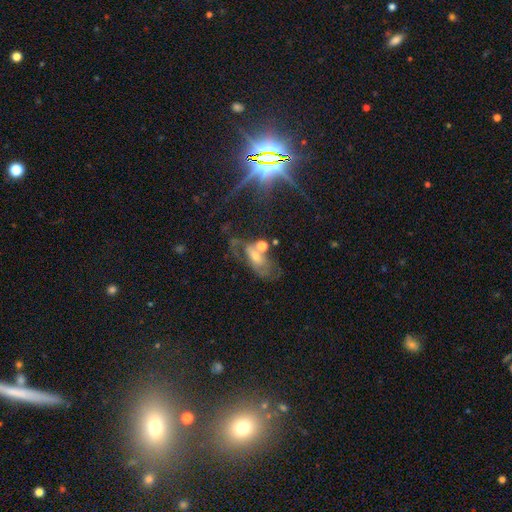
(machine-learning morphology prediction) Smooth or featured?
  - featured or disk: 50% *
  - smooth: 29%
  - star or artifact: 21%
Merging?
  - none: 34% *
  - major disturbance: 24%
  - merger: 21%
  - minor disturbance: 21%